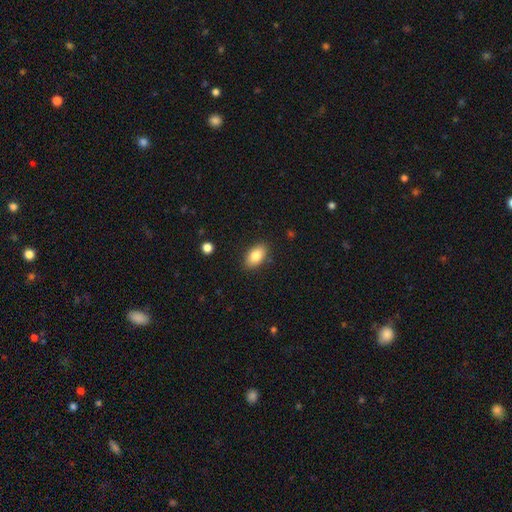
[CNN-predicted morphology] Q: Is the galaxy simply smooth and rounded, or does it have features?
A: smooth — 83%.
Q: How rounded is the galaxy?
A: in between — 92%.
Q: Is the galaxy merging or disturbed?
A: none — 87%.